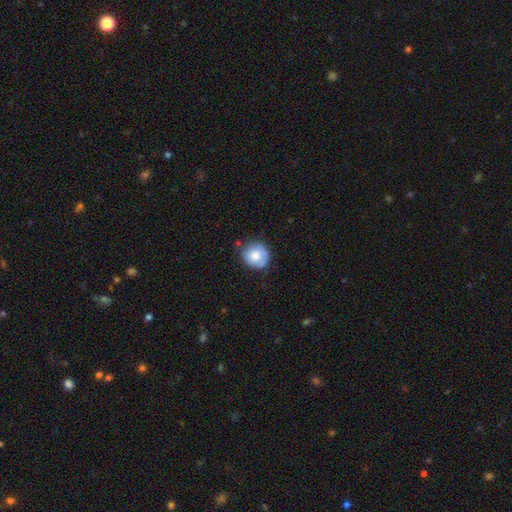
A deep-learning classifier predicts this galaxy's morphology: Overall: smooth (71%). How rounded: round (88%). Merging: none (68%).